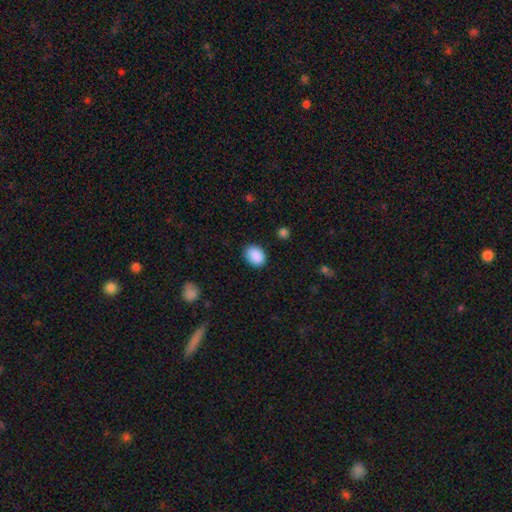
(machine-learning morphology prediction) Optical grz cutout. It shows a smooth galaxy with no disk features (90%) that is in between round and cigar-shaped (68%). Merging: none (86%).